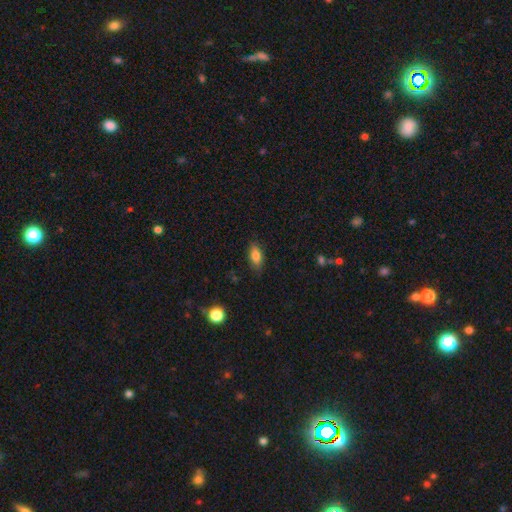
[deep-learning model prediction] Q: Smooth or featured?
A: smooth (79%); runner-up: featured or disk (12%)
Q: How rounded?
A: in between (83%); runner-up: cigar-shaped (12%)
Q: Merging?
A: none (82%); runner-up: minor disturbance (14%)